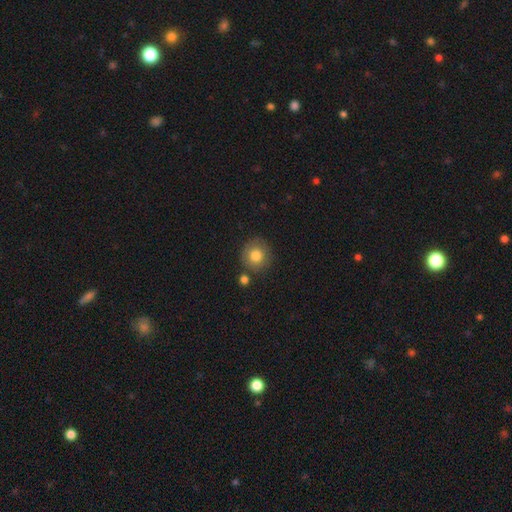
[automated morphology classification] Smooth or featured? Predicted: smooth (p=0.79). How rounded? Predicted: round (p=0.92). Merging? Predicted: none (p=0.81).